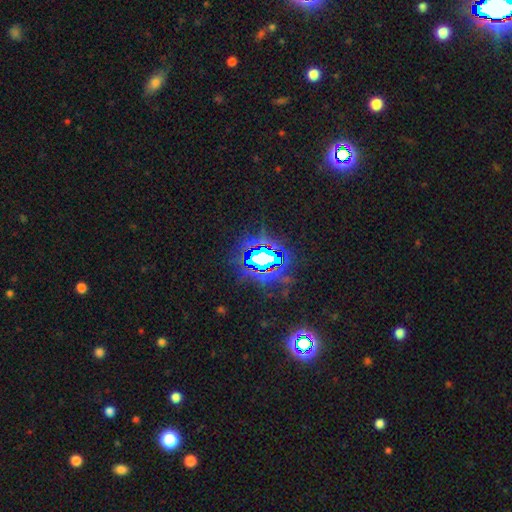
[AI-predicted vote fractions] smooth_or_featured: star or artifact (p=0.76) [alt: smooth p=0.13]